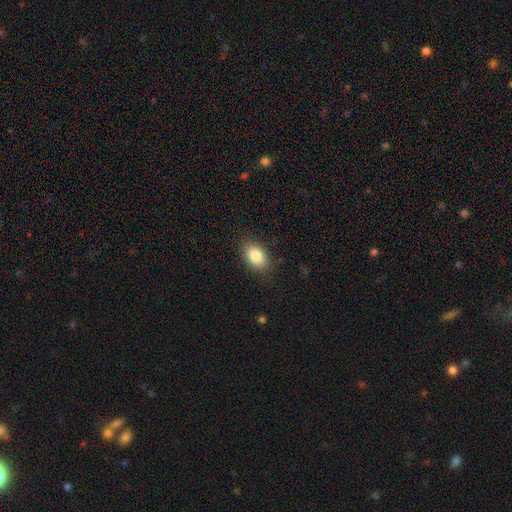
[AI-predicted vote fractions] Smooth or featured: smooth — 84% (star or artifact — 8%)
How rounded: in between — 85% (round — 13%)
Merging: none — 85% (minor disturbance — 11%)